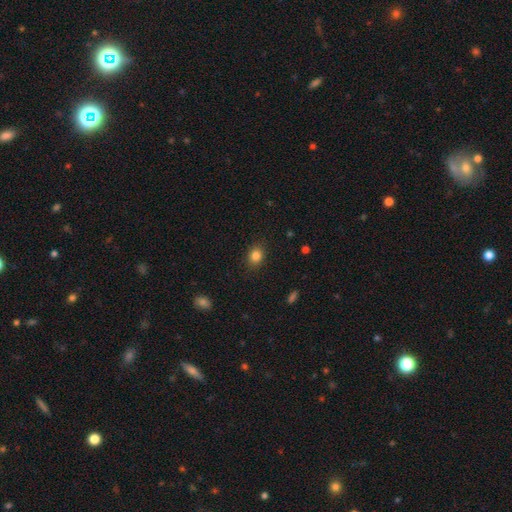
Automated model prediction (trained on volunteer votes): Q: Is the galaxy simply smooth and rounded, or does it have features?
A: smooth — 83%.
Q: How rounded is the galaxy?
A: round — 53%.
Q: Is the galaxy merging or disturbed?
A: none — 88%.